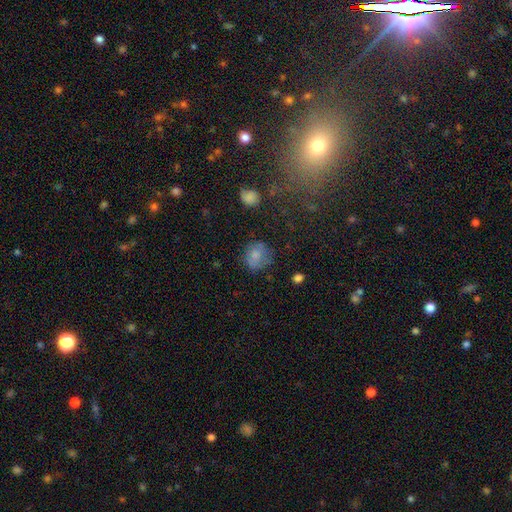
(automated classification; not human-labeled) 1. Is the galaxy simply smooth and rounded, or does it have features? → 75% smooth, 15% featured or disk, 10% star or artifact.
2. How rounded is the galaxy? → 75% round, 24% in between, 1% cigar-shaped.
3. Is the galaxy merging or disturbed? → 66% none, 23% minor disturbance, 9% major disturbance, 3% merger.